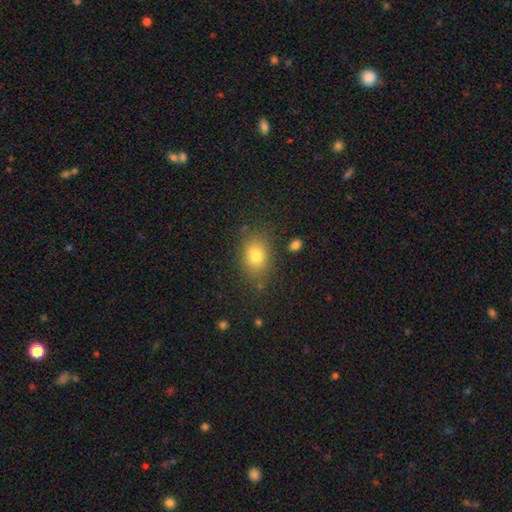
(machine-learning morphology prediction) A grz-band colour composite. It shows a smooth galaxy with no disk features (78%) that is in between round and cigar-shaped (65%). Merging: none (80%).